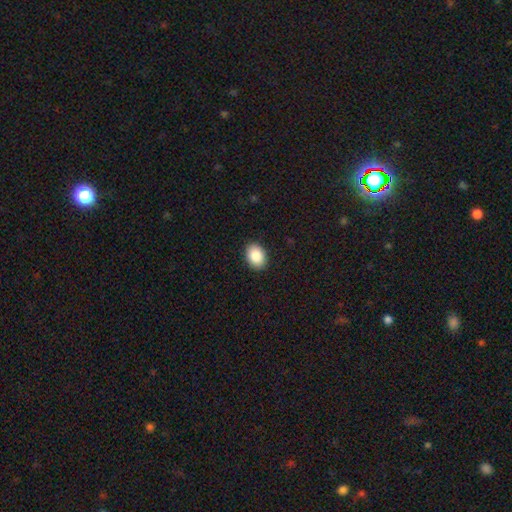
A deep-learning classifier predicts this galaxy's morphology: This appears to be a smooth galaxy with no disk features (87%) that is in between round and cigar-shaped (72%). Merging: none (90%).